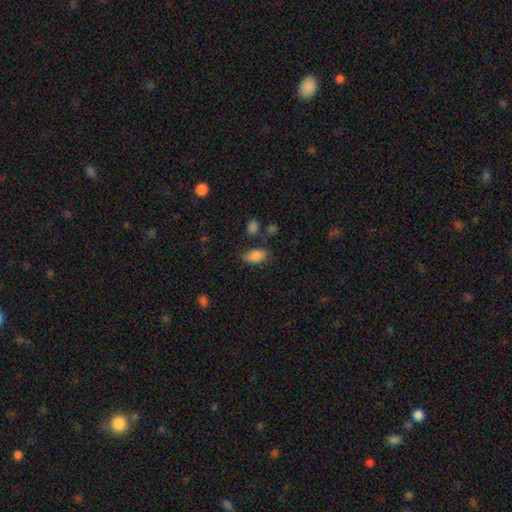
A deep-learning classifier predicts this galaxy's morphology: A smooth galaxy with no disk features (83%) that is in between round and cigar-shaped (92%).

Vote fractions:
- Smooth or featured? smooth: 83% / featured or disk: 9% / star or artifact: 8%
- How rounded? in between: 92% / round: 5% / cigar-shaped: 4%
- Merging? none: 73% / minor disturbance: 17% / merger: 5% / major disturbance: 5%